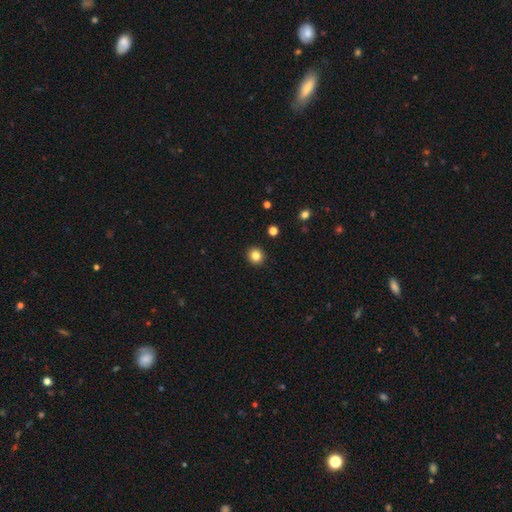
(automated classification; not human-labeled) Smooth or featured? Predicted: smooth (p=0.83). How rounded? Predicted: round (p=0.89). Merging? Predicted: none (p=0.93).